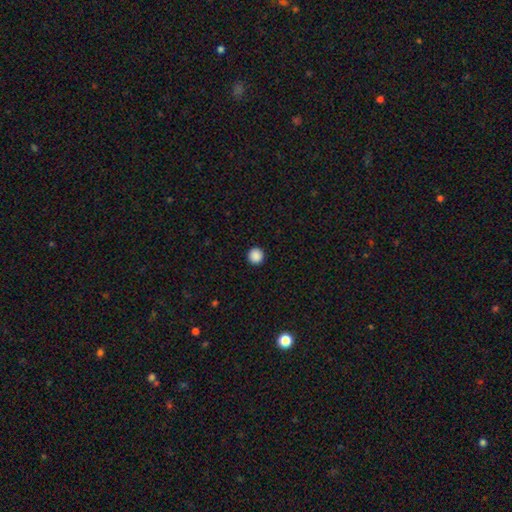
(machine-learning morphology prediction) This appears to be a smooth galaxy with no disk features (88%) that is round (96%). Merging: none (94%).